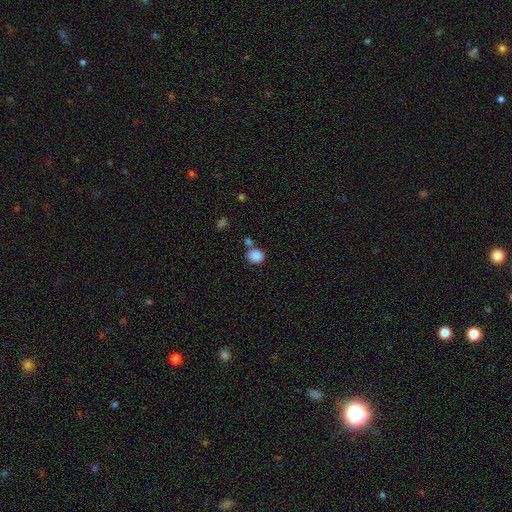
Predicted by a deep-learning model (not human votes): smooth_or_featured: smooth (p=0.87) [alt: star or artifact p=0.09]
how_rounded: round (p=0.74) [alt: in between p=0.25]
merging: none (p=0.65) [alt: merger p=0.19]